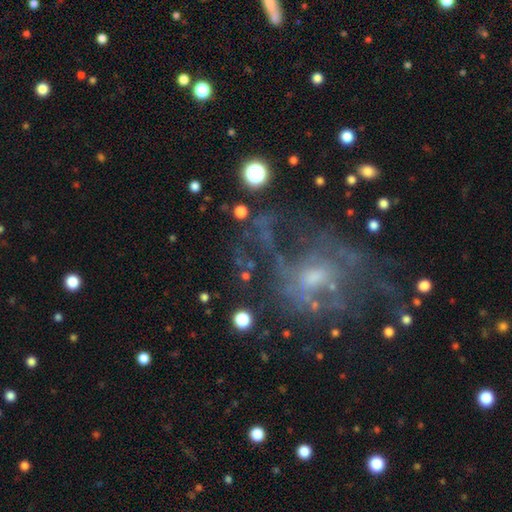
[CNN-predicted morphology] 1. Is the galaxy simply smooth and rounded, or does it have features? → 61% featured or disk, 24% star or artifact, 14% smooth.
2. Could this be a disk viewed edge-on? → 96% no, 4% yes.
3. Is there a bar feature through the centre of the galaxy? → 63% no, 30% weak, 8% strong.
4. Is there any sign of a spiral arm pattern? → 67% yes, 33% no.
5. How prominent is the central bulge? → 52% small, 33% moderate, 9% none, 4% large, 2% dominant.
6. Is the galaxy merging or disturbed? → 55% none, 24% major disturbance, 17% minor disturbance, 4% merger.